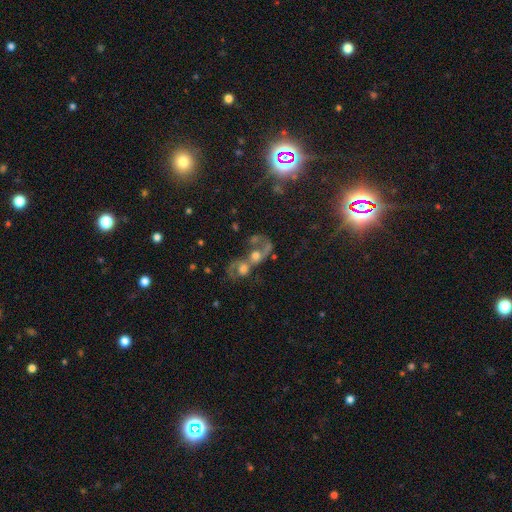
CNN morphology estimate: Overall: star or artifact (40%; featured or disk 39%).